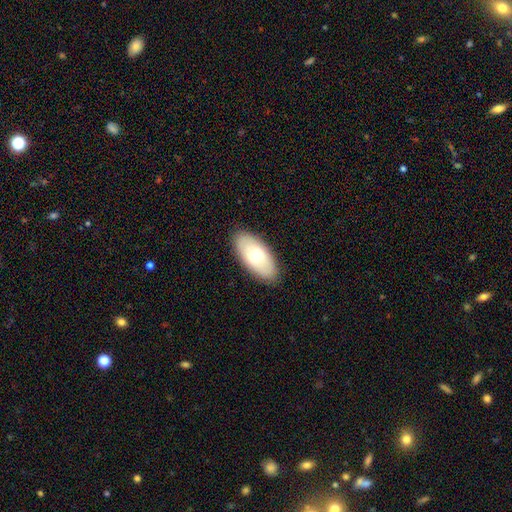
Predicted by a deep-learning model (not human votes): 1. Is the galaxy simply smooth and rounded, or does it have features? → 65% smooth, 29% featured or disk, 6% star or artifact.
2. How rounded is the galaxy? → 91% in between, 7% cigar-shaped, 3% round.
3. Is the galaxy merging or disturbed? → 87% none, 9% minor disturbance, 2% major disturbance, 1% merger.